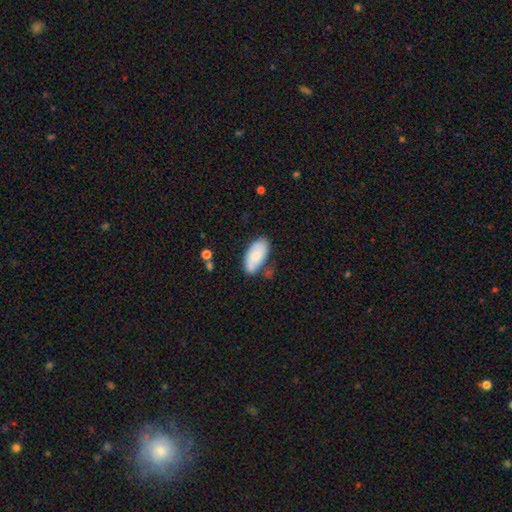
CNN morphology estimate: A smooth galaxy with no disk features (78%) that is in between round and cigar-shaped (93%).

Vote fractions:
- Smooth or featured? smooth: 78% / featured or disk: 15% / star or artifact: 6%
- How rounded? in between: 93% / cigar-shaped: 5% / round: 2%
- Merging? none: 61% / minor disturbance: 25% / merger: 7% / major disturbance: 6%